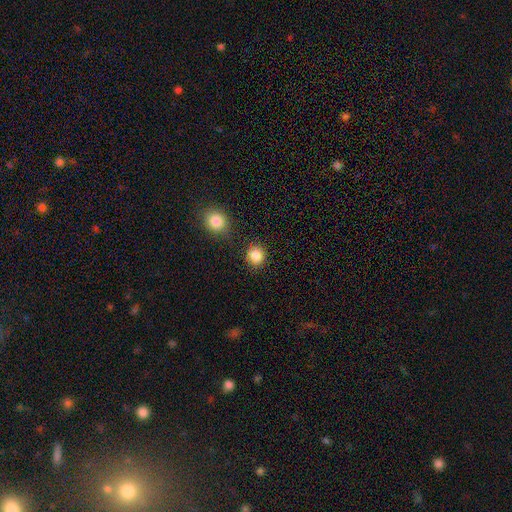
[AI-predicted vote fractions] Smooth or featured: smooth — 85% (star or artifact — 10%)
How rounded: round — 87% (in between — 12%)
Merging: none — 85% (minor disturbance — 8%)